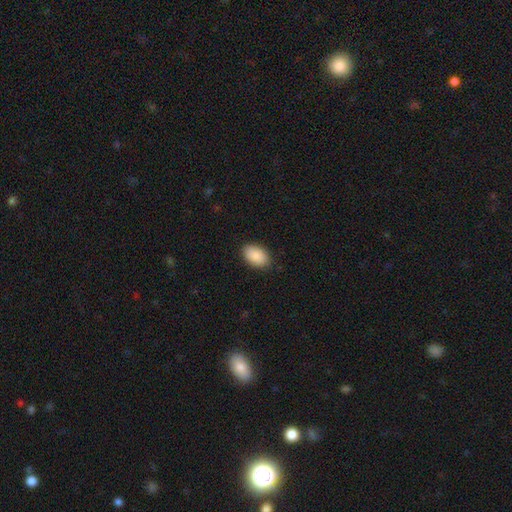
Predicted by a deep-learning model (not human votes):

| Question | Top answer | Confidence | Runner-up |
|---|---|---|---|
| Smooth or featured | smooth | 89% | star or artifact (6%) |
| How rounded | in between | 93% | round (6%) |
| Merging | none | 88% | minor disturbance (9%) |